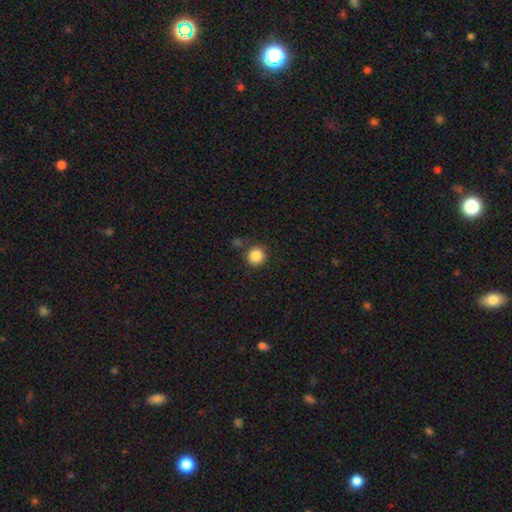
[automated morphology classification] Q: Smooth or featured?
A: smooth (87%); runner-up: star or artifact (10%)
Q: How rounded?
A: round (95%); runner-up: in between (4%)
Q: Merging?
A: none (80%); runner-up: minor disturbance (10%)